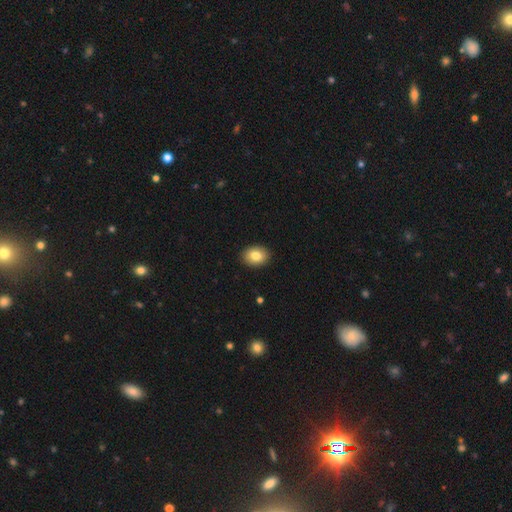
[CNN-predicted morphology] A smooth galaxy with no disk features (83%) that is in between round and cigar-shaped (72%). Merging: none (91%).